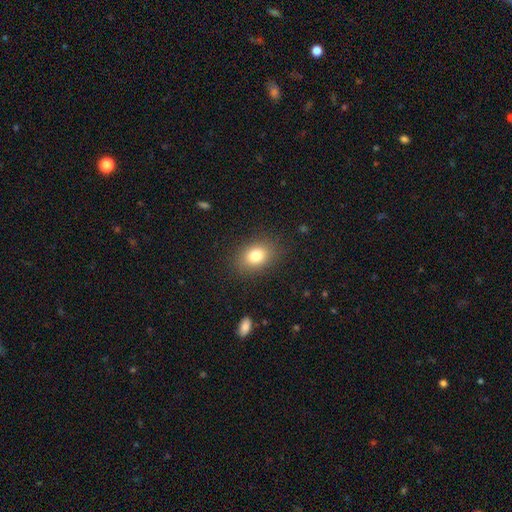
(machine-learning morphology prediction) smooth 80%, star or artifact 10%, featured or disk 10%. Down the decision tree: how rounded — in between (71%); merging — none (85%).